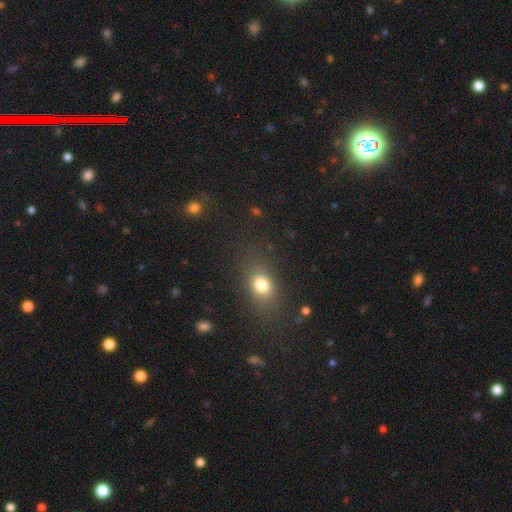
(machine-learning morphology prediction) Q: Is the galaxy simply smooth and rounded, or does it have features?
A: smooth — 62%.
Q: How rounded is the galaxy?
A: in between — 59%.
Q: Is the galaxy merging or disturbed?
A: none — 85%.